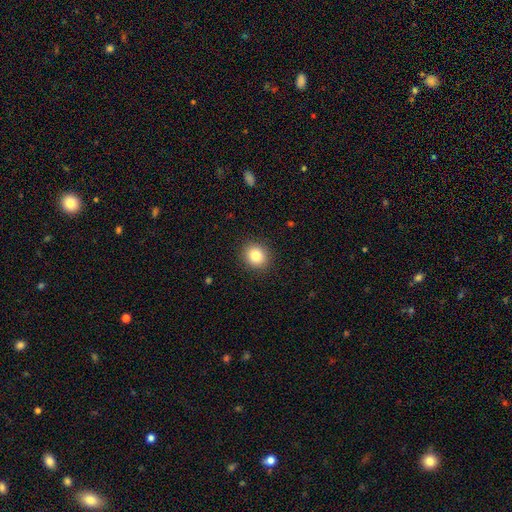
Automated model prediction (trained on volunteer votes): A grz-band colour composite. It shows a smooth galaxy with no disk features (84%) that is round (77%). Merging: none (90%).